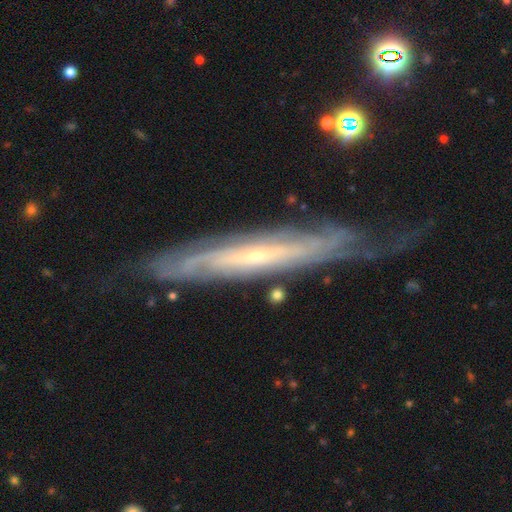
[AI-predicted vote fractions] Overall: featured or disk (82%). Edge-on disk: no (52%; yes 48%). Merging: none (66%).